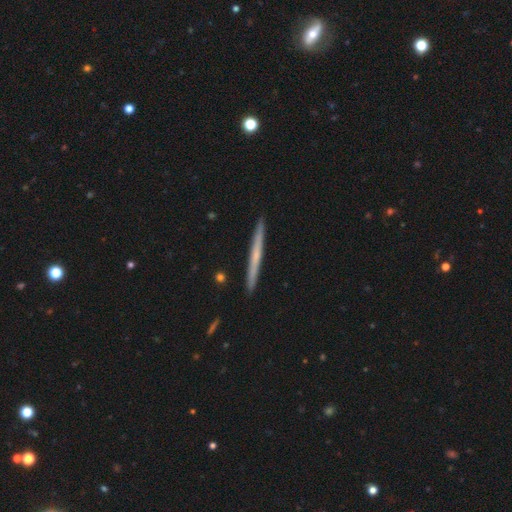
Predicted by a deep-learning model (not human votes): featured or disk 52%, smooth 42%, star or artifact 6%. Down the decision tree: edge-on disk — yes (97%); edge-on bulge — none (74%); merging — none (92%).